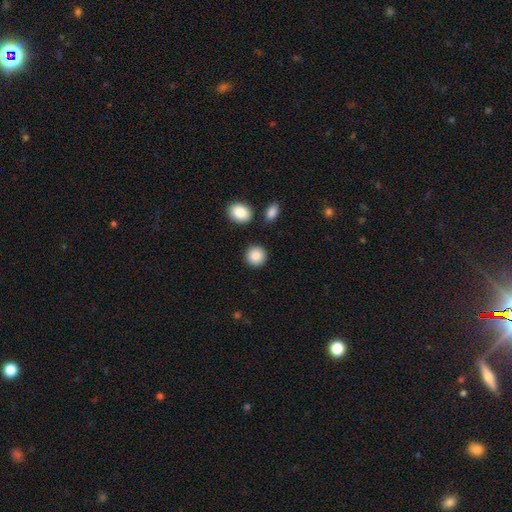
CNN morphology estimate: Overall: smooth (88%). How rounded: round (91%). Merging: none (89%).